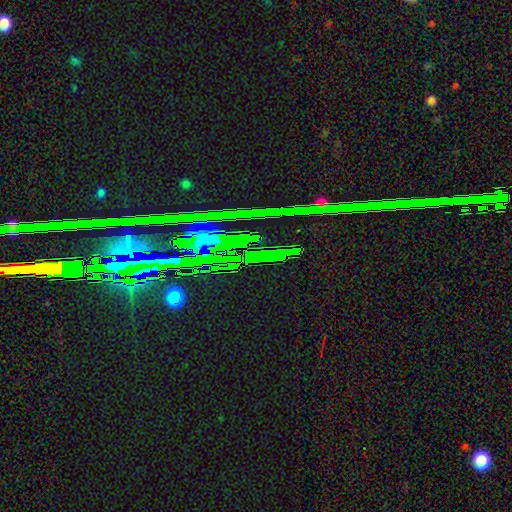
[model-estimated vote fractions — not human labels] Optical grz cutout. It shows a star or artifact, not a galaxy (83%).